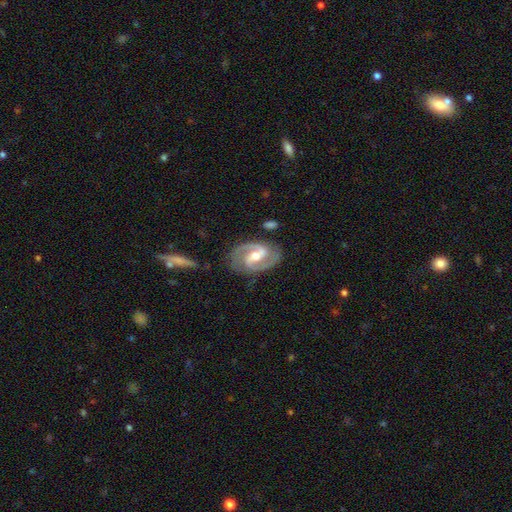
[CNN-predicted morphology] smooth-or-featured: featured or disk: 91% | smooth: 5% | star or artifact: 4%
  disk-edge-on: no: 98% | yes: 2%
    bar: weak: 46% | strong: 33% | no: 20%
    has-spiral-arms: yes: 98% | no: 2%
      spiral-winding: medium: 61% | tight: 24% | loose: 15%
      spiral-arm-count: 2: 93% | can't tell: 2% | 3: 1% | 1: 1% | 4: 1% | more than 4: 1%
    bulge-size: moderate: 68% | small: 26% | large: 4% | none: 1% | dominant: 1%
  merging: none: 80% | minor disturbance: 14% | major disturbance: 4% | merger: 2%